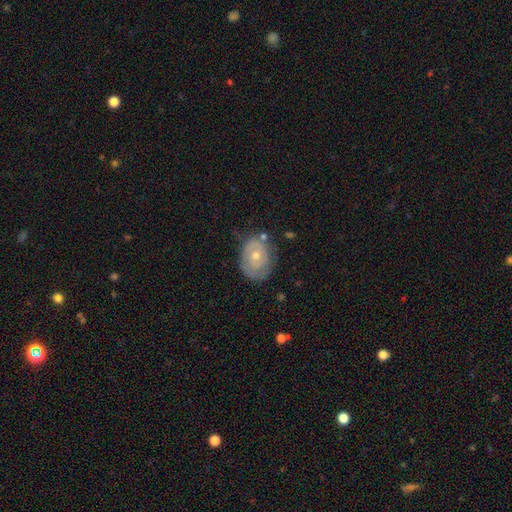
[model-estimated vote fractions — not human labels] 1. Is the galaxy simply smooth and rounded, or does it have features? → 59% featured or disk, 34% smooth, 7% star or artifact.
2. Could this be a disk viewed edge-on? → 95% no, 5% yes.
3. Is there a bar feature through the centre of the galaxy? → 84% no, 14% weak, 2% strong.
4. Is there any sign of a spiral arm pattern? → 62% yes, 38% no.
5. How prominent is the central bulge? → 58% moderate, 38% small, 2% large, 1% none, 1% dominant.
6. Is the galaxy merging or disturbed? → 61% none, 26% minor disturbance, 9% major disturbance, 4% merger.